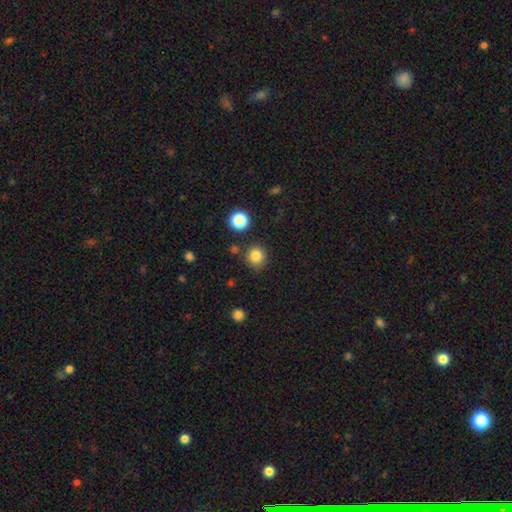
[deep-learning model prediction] smooth 83%, star or artifact 12%, featured or disk 5%. Down the decision tree: how rounded — round (92%); merging — none (85%).